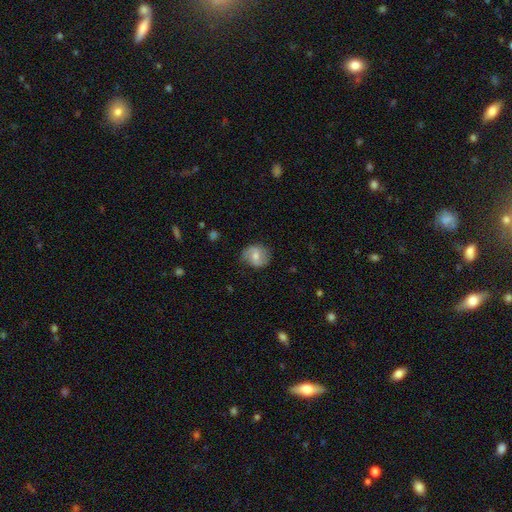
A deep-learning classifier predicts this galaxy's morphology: A smooth galaxy with no disk features (54%) that is round (72%). Merging: none (75%).